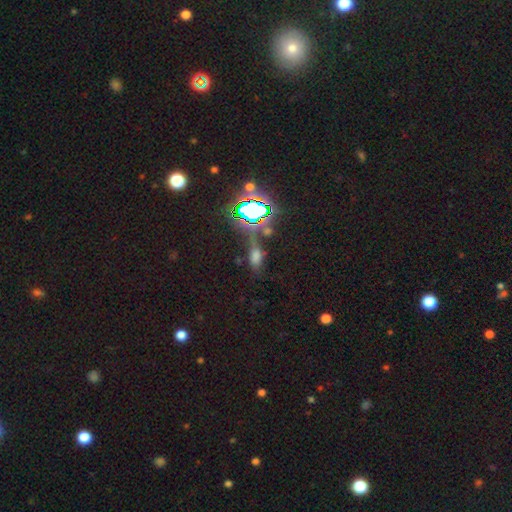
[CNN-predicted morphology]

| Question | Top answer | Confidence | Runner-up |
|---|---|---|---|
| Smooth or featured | smooth | 45% | star or artifact (41%) |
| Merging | none | 57% | minor disturbance (19%) |